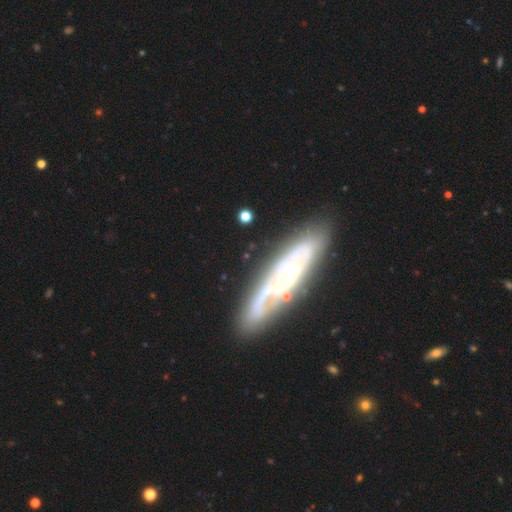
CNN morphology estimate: smooth_or_featured: featured or disk (p=0.73) [alt: smooth p=0.20]
disk_edge_on: no (p=0.52) [alt: yes p=0.48]
merging: none (p=0.77) [alt: minor disturbance p=0.15]